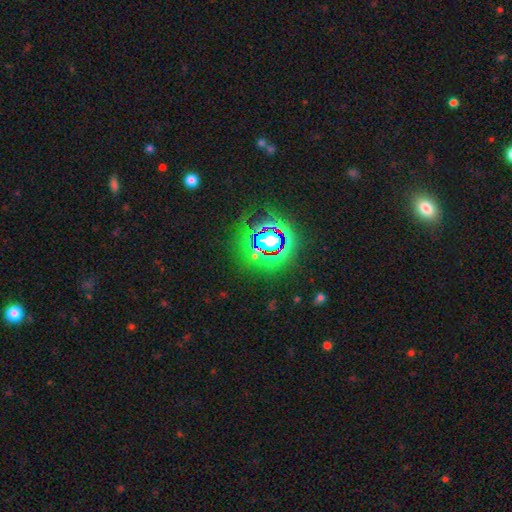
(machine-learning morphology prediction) This appears to be a star or artifact, not a galaxy (77%).